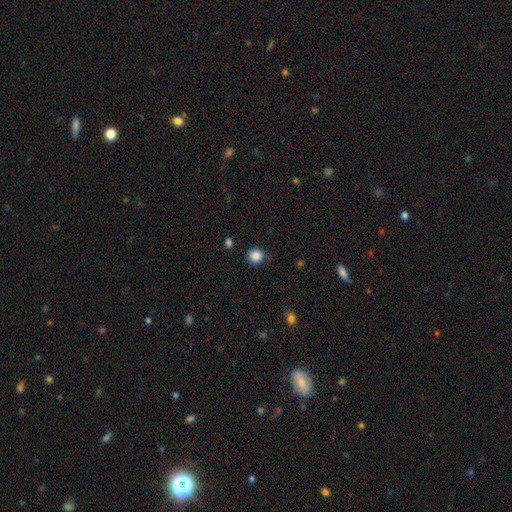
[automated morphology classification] smooth 86%, star or artifact 11%, featured or disk 3%. Down the decision tree: how rounded — round (92%); merging — none (88%).